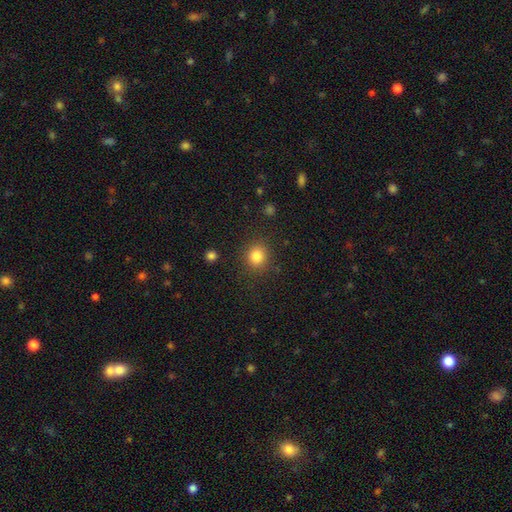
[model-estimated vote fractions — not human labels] Overall: smooth (83%). How rounded: round (83%). Merging: none (87%).